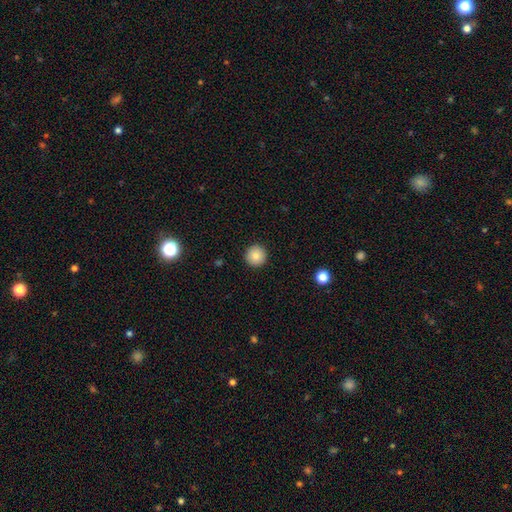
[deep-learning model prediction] Smooth or featured? smooth (85%)
How rounded? round (96%)
Merging? none (93%)